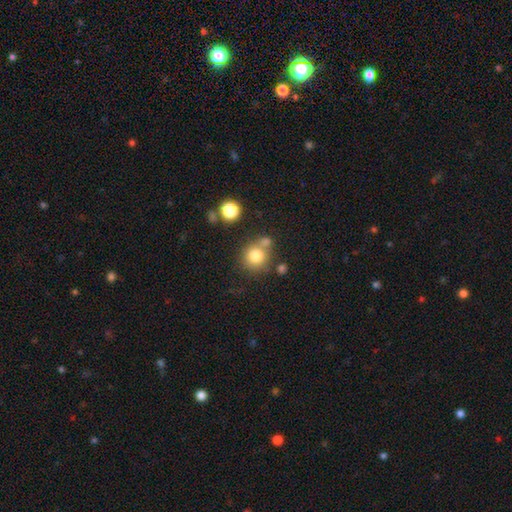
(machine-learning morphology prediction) smooth_or_featured: smooth (p=0.80) [alt: star or artifact p=0.11]
how_rounded: round (p=0.90) [alt: in between p=0.09]
merging: none (p=0.61) [alt: merger p=0.23]